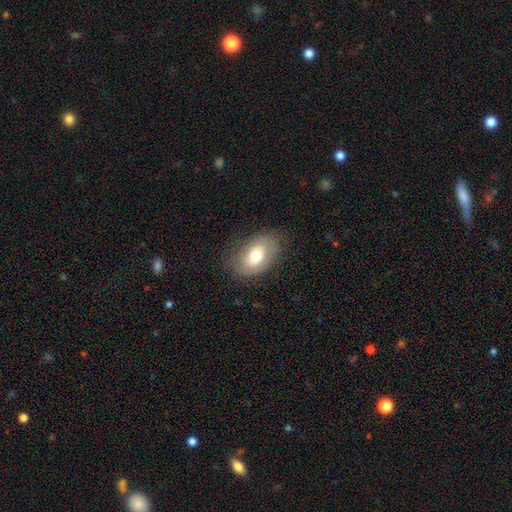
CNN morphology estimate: smooth_or_featured: smooth (p=0.67) [alt: featured or disk p=0.25]
how_rounded: in between (p=0.86) [alt: round p=0.12]
merging: none (p=0.78) [alt: minor disturbance p=0.15]